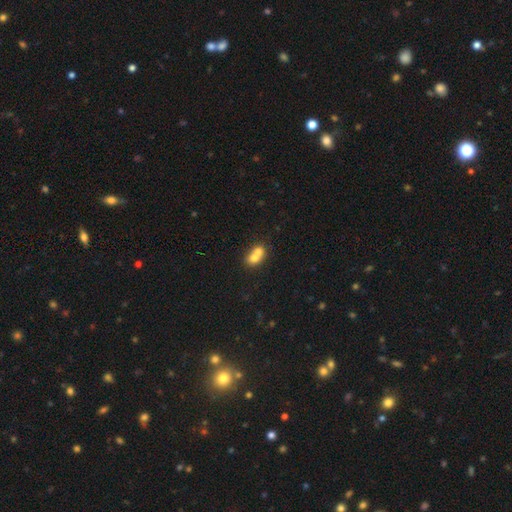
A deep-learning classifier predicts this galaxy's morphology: smooth_or_featured: smooth (p=0.68) [alt: featured or disk p=0.22]
how_rounded: round (p=0.54) [alt: in between p=0.44]
merging: merger (p=0.71) [alt: none p=0.21]